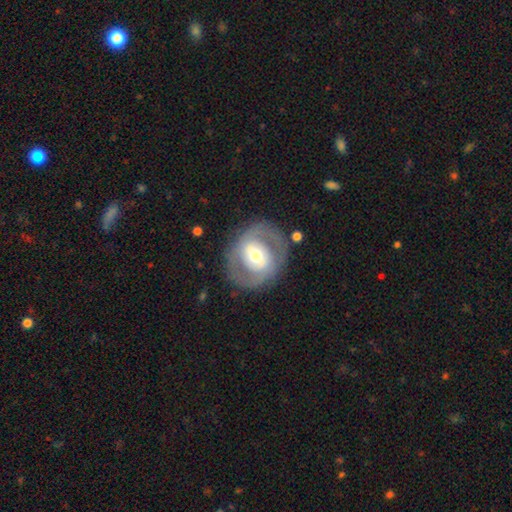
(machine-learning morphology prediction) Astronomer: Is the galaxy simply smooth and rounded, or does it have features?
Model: featured or disk — 66%.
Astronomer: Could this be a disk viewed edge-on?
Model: no — 96%.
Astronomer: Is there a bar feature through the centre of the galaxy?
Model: no — 39% (runner-up: weak, 36%).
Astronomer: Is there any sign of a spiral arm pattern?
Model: yes — 54% (runner-up: no, 46%).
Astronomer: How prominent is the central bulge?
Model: moderate — 66%.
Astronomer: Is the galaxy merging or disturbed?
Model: none — 79%.